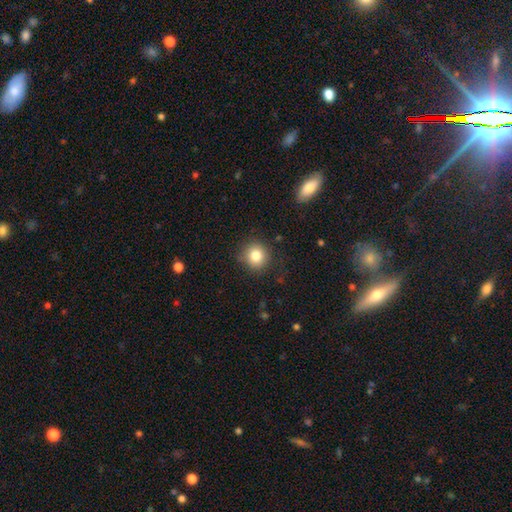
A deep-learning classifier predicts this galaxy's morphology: Q: Smooth or featured?
A: smooth (82%); runner-up: star or artifact (11%)
Q: How rounded?
A: round (89%); runner-up: in between (10%)
Q: Merging?
A: none (85%); runner-up: minor disturbance (10%)